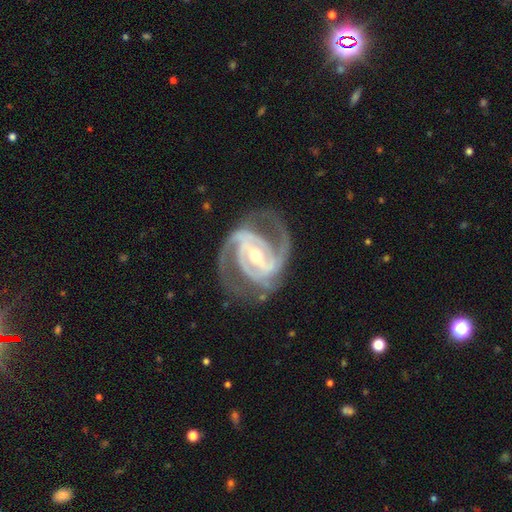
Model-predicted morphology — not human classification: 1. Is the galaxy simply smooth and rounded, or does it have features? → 93% featured or disk, 4% star or artifact, 3% smooth.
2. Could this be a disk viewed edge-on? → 98% no, 2% yes.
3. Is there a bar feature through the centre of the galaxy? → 48% strong, 37% weak, 14% no.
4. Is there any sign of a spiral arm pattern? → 98% yes, 2% no.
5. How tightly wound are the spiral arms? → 49% medium, 43% tight, 8% loose.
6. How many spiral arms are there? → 51% 2, 32% 3, 5% can't tell, 5% 4, 3% 1, 3% more than 4.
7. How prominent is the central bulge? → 53% moderate, 43% small, 2% large, 1% none, 1% dominant.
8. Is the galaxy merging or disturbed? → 71% none, 17% minor disturbance, 11% major disturbance, 2% merger.